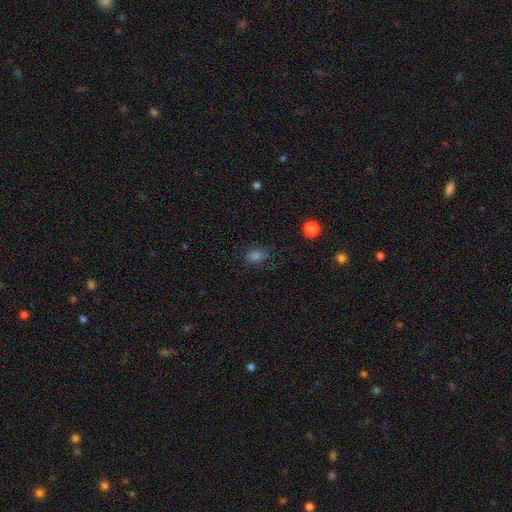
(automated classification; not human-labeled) Smooth or featured?
  - smooth: 70% *
  - star or artifact: 22%
  - featured or disk: 8%
How rounded?
  - in between: 66% *
  - round: 32%
  - cigar-shaped: 2%
Merging?
  - none: 75% *
  - minor disturbance: 17%
  - major disturbance: 7%
  - merger: 2%